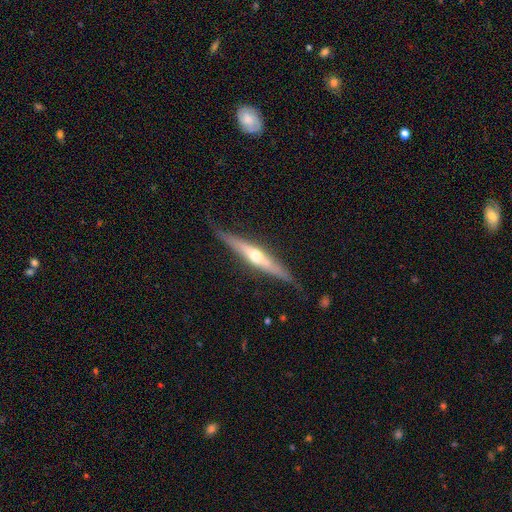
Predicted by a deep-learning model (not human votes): smooth-or-featured: featured or disk: 71% | smooth: 24% | star or artifact: 5%
  disk-edge-on: yes: 95% | no: 5%
    edge-on-bulge: rounded: 86% | none: 9% | boxy: 5%
  merging: none: 80% | minor disturbance: 15% | major disturbance: 3% | merger: 1%